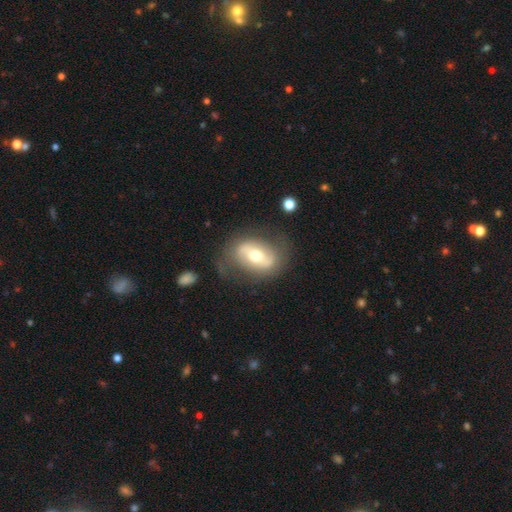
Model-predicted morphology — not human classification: Overall: featured or disk (61%; smooth 32%). Edge-on disk: no (91%). Bar: strong (41%; weak 31%). Spiral arms: yes (54%; no 46%). Bulge size: moderate (69%). Merging: none (67%).